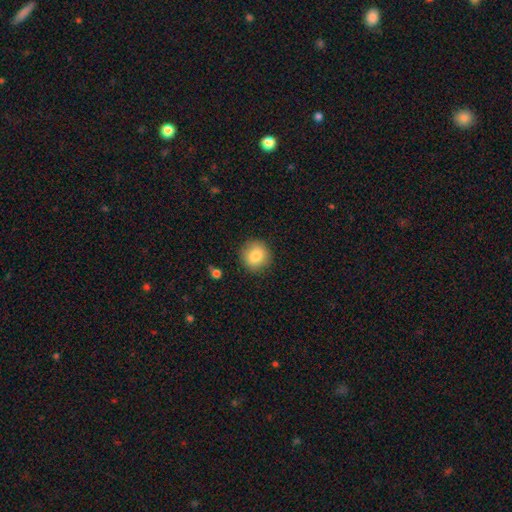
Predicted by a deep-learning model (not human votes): This appears to be a smooth galaxy with no disk features (84%) that is round (90%). Merging: none (88%).